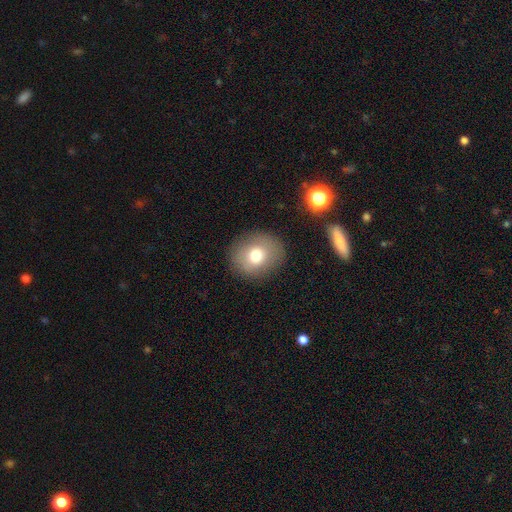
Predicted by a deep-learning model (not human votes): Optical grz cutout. It shows a smooth galaxy with no disk features (73%) that is round (73%). Merging: none (86%).